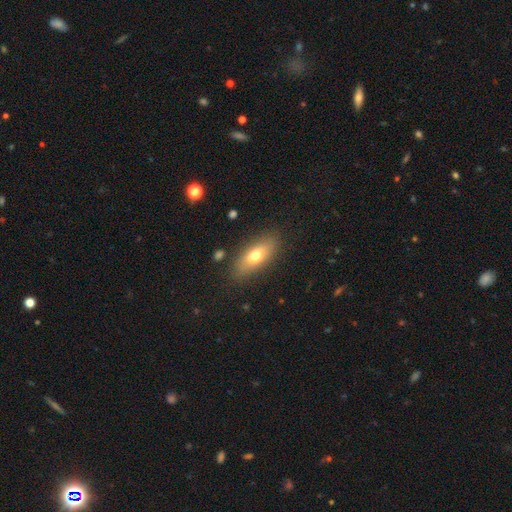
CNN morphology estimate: This is likely a smooth galaxy (69%). How rounded: likely in between (72%). Merging: clearly none (84%).